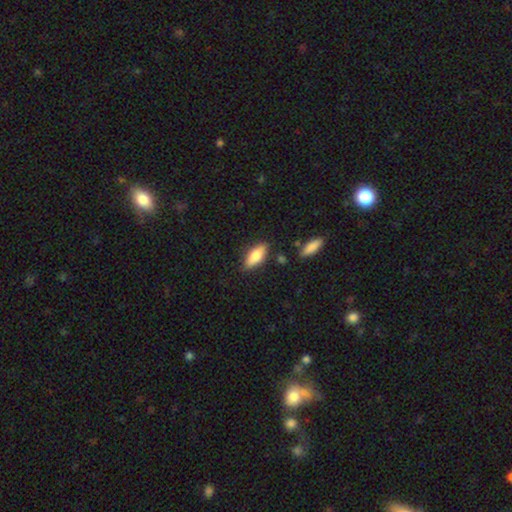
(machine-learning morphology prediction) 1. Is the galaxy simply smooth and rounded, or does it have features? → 74% smooth, 19% featured or disk, 7% star or artifact.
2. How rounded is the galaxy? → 70% in between, 28% cigar-shaped, 2% round.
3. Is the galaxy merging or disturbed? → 82% none, 12% minor disturbance, 3% merger, 3% major disturbance.